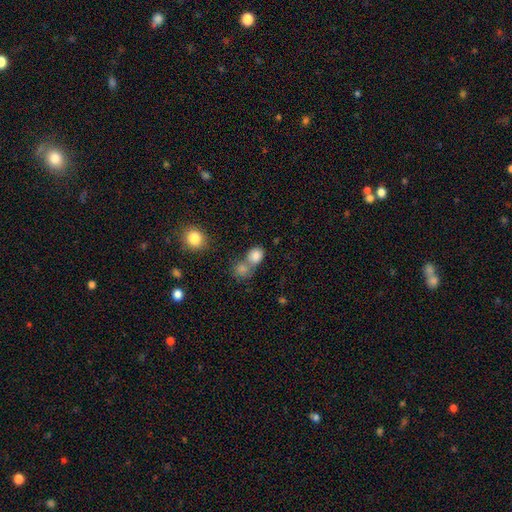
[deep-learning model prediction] Smooth or featured: smooth — 83% (star or artifact — 10%)
How rounded: round — 58% (in between — 41%)
Merging: merger — 47% (none — 41%)